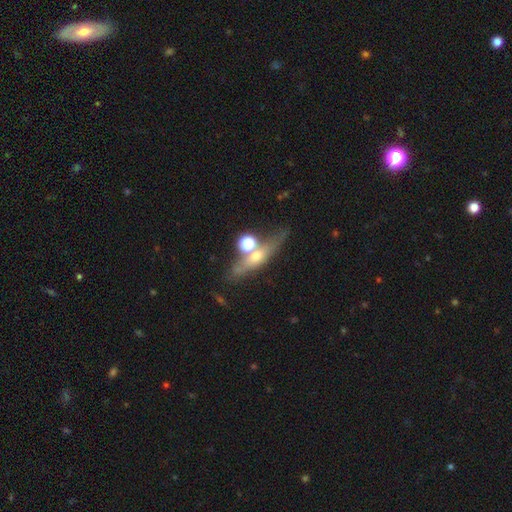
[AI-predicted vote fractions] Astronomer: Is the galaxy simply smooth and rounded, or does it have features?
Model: featured or disk — 54% (runner-up: smooth, 34%).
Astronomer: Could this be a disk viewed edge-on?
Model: yes — 76%.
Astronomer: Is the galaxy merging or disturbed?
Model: none — 58%.